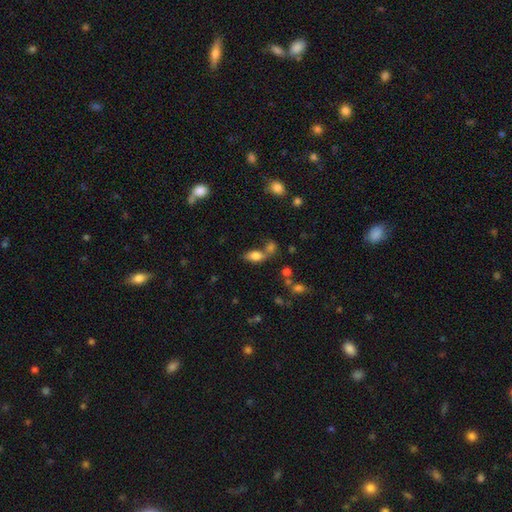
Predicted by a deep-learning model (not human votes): Q: Smooth or featured?
A: smooth (76%); runner-up: featured or disk (14%)
Q: How rounded?
A: in between (86%); runner-up: cigar-shaped (7%)
Q: Merging?
A: none (49%); runner-up: merger (31%)